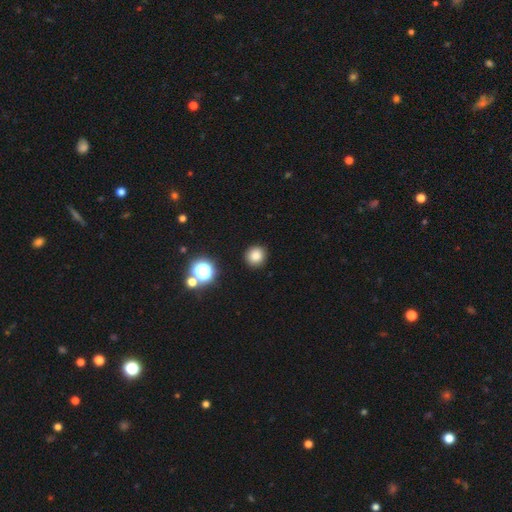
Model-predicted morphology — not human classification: smooth 83%, star or artifact 13%, featured or disk 5%. Down the decision tree: how rounded — round (92%); merging — none (90%).